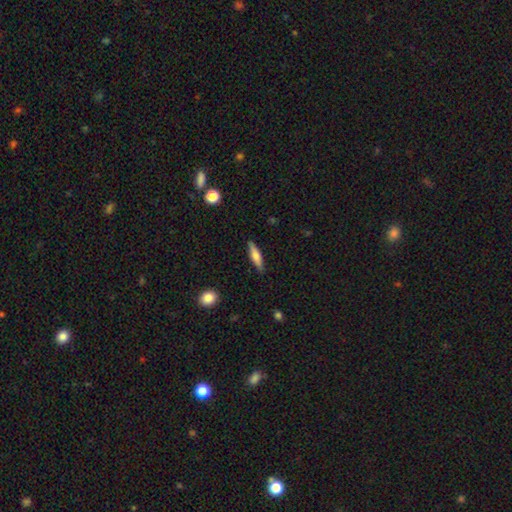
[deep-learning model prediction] Morphology: type=smooth (61%); roundness=cigar-shaped (76%); merging=none (87%).